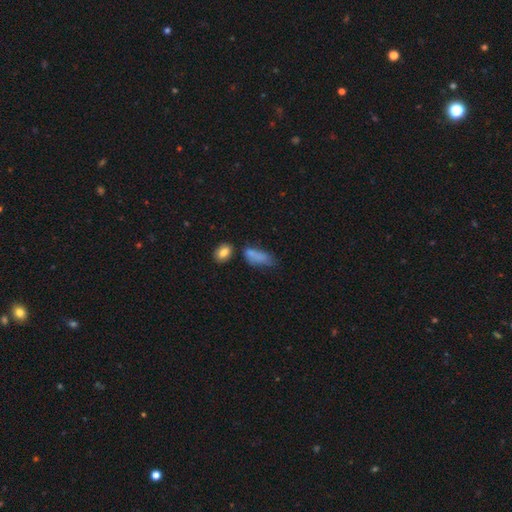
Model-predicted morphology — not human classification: smooth_or_featured: smooth (p=0.76) [alt: featured or disk p=0.13]
how_rounded: in between (p=0.78) [alt: cigar-shaped p=0.17]
merging: none (p=0.36) [alt: minor disturbance p=0.31]